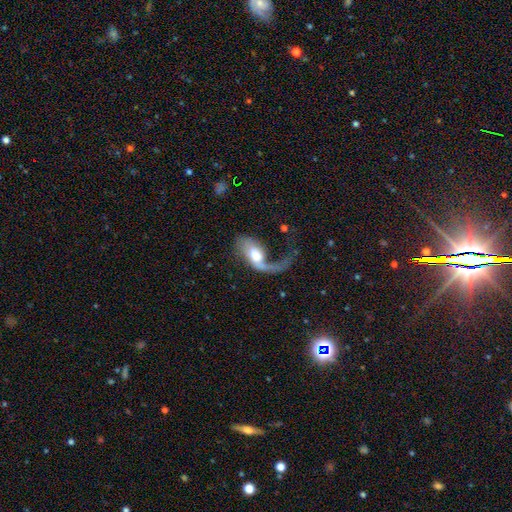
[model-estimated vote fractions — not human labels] Smooth or featured?
  - featured or disk: 62% *
  - smooth: 32%
  - star or artifact: 7%
Edge-on disk?
  - no: 93% *
  - yes: 7%
Bar?
  - no: 58% *
  - weak: 32%
  - strong: 11%
Spiral arms?
  - yes: 82% *
  - no: 18%
Bulge size?
  - moderate: 51% *
  - large: 30%
  - small: 11%
  - dominant: 5%
  - none: 3%
Merging?
  - major disturbance: 60% *
  - none: 21%
  - minor disturbance: 13%
  - merger: 6%